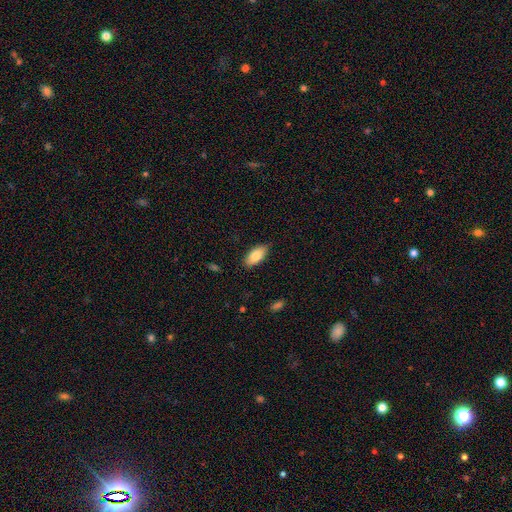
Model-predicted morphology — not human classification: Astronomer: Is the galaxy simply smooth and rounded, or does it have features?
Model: smooth — 84%.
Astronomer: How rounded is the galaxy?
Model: in between — 90%.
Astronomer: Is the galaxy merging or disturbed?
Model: none — 84%.